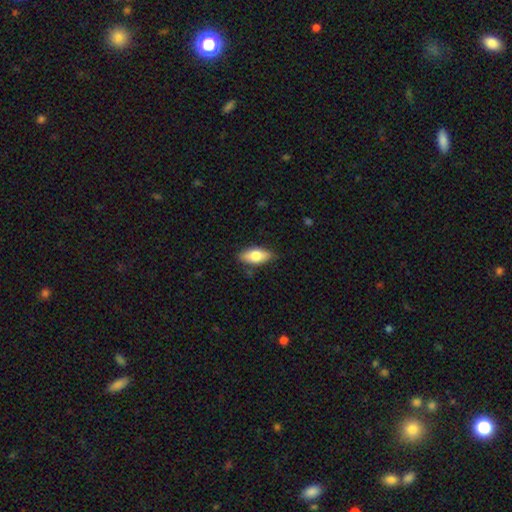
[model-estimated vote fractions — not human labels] Smooth or featured: smooth — 74% (featured or disk — 19%)
How rounded: in between — 85% (cigar-shaped — 12%)
Merging: none — 82% (minor disturbance — 14%)